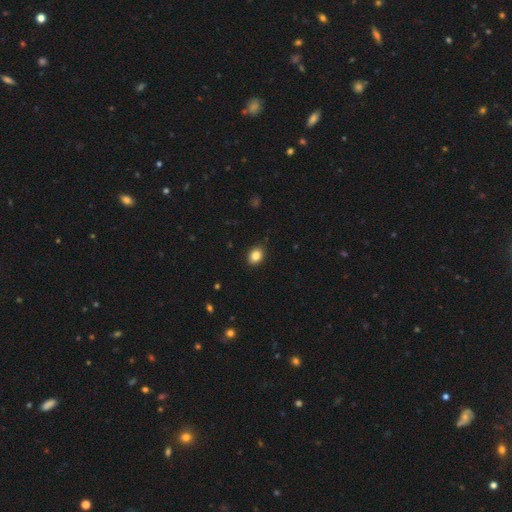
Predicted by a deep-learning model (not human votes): smooth_or_featured: smooth (p=0.85) [alt: star or artifact p=0.09]
how_rounded: in between (p=0.63) [alt: round p=0.36]
merging: none (p=0.87) [alt: minor disturbance p=0.10]